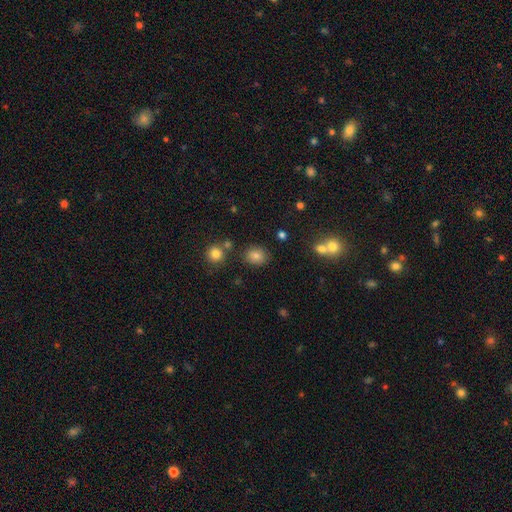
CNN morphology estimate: The model was most divided on "how rounded": round: 67%, in between: 32%, cigar-shaped: 1%. More confident: merging — none (82%); smooth or featured — smooth (79%).